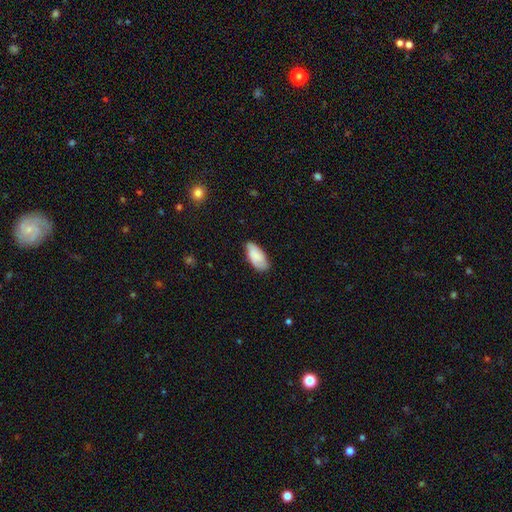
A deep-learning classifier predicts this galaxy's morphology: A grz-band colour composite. It shows a smooth galaxy with no disk features (80%) that is in between round and cigar-shaped (93%). Merging: none (71%).